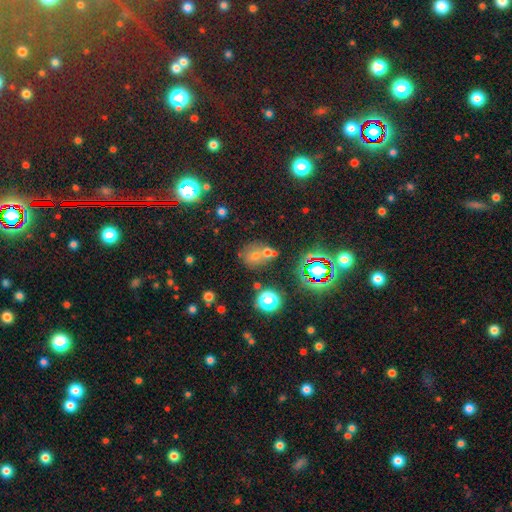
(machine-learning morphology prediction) smooth 49%, star or artifact 38%, featured or disk 13%. Down the decision tree: merging — none (57%).